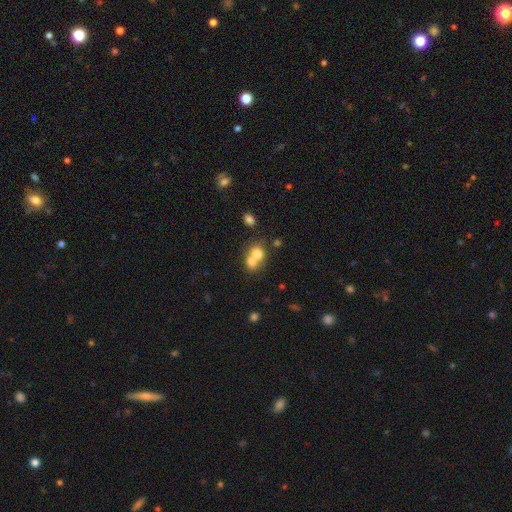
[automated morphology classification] type=smooth (72%); roundness=round (61%); merging=merger (65%).